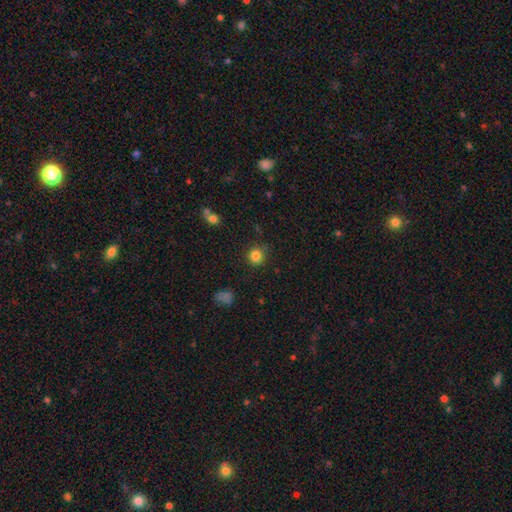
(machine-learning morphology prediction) type=smooth (83%); roundness=round (91%); merging=none (86%).